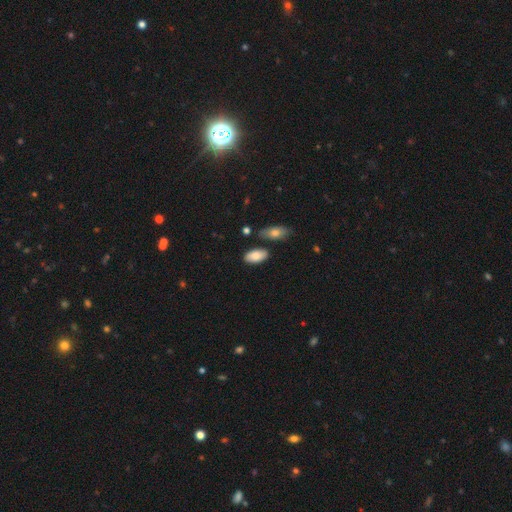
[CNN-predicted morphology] Smooth or featured: smooth — 83% (featured or disk — 10%)
How rounded: in between — 94% (cigar-shaped — 4%)
Merging: none — 77% (minor disturbance — 13%)